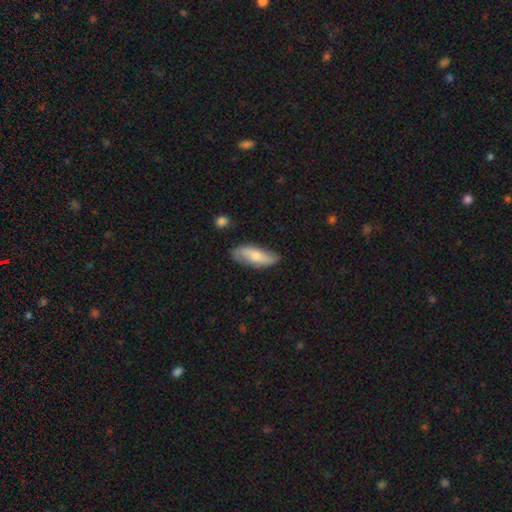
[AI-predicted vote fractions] This appears to be a smooth galaxy with no disk features (61%) that is in between round and cigar-shaped (71%). Merging: none (75%).